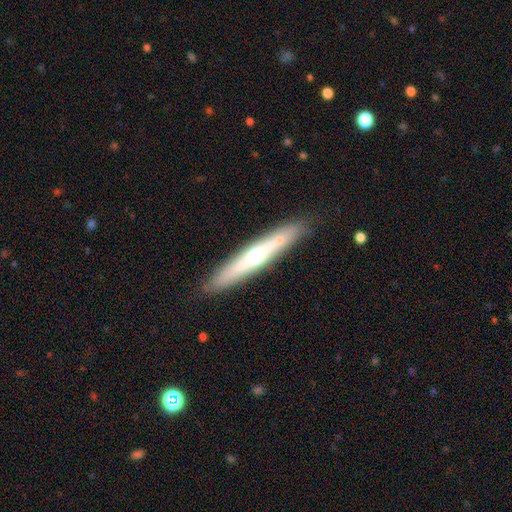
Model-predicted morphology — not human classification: A featured or disk galaxy (55%) viewed edge-on (83%).

Vote fractions:
- Smooth or featured? featured or disk: 55% / smooth: 39% / star or artifact: 6%
- Edge-on disk? yes: 83% / no: 17%
- Merging? none: 85% / minor disturbance: 10% / merger: 3% / major disturbance: 2%